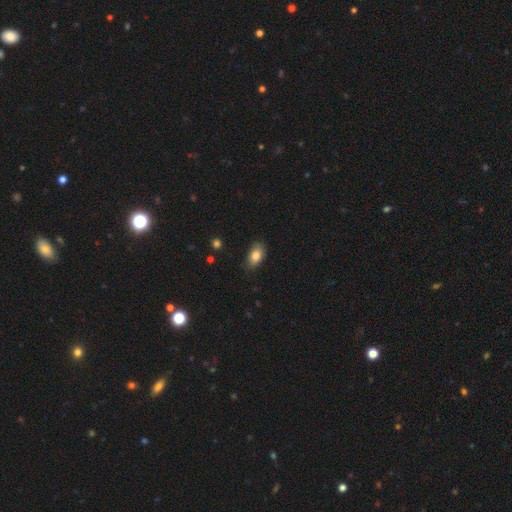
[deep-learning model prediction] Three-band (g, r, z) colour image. It shows a smooth galaxy with no disk features (84%) that is in between round and cigar-shaped (89%). Merging: none (79%).